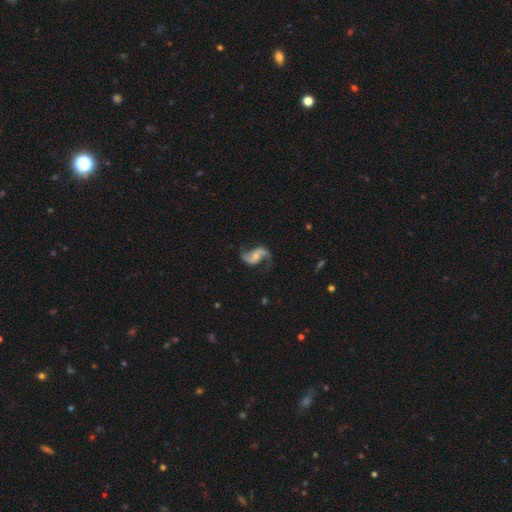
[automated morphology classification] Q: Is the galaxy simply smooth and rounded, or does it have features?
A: featured or disk — 87%.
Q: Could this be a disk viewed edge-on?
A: no — 98%.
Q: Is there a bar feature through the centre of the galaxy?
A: no — 48%.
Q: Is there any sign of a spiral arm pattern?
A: yes — 96%.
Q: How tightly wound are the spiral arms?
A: loose — 72%.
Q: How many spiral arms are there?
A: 2 — 92%.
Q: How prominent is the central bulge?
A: small — 51%.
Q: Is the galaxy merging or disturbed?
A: none — 72%.